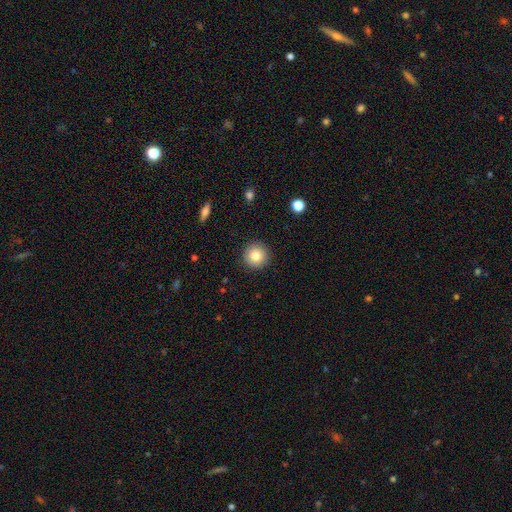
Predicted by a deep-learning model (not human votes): A smooth galaxy with no disk features (82%) that is round (95%).

Vote fractions:
- Smooth or featured? smooth: 82% / star or artifact: 9% / featured or disk: 9%
- How rounded? round: 95% / in between: 4% / cigar-shaped: 1%
- Merging? none: 92% / minor disturbance: 5% / major disturbance: 2% / merger: 1%